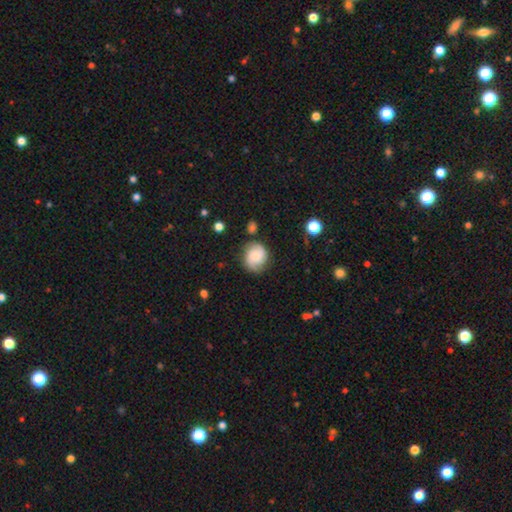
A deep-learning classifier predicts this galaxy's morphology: Smooth or featured? Predicted: smooth (p=0.50). Merging? Predicted: none (p=0.71).